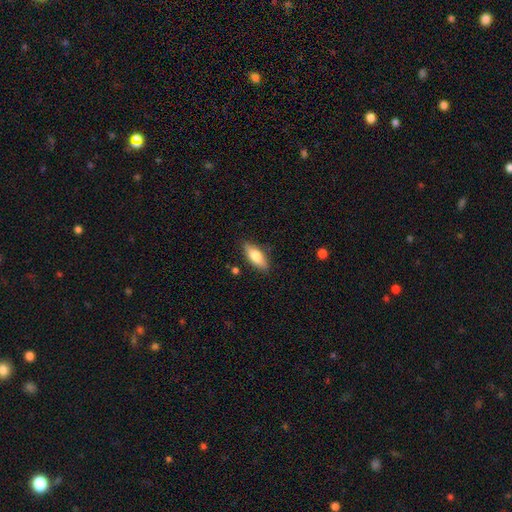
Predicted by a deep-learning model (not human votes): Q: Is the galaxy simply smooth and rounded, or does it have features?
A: smooth — 74%.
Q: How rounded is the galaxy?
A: in between — 74%.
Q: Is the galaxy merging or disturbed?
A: none — 84%.